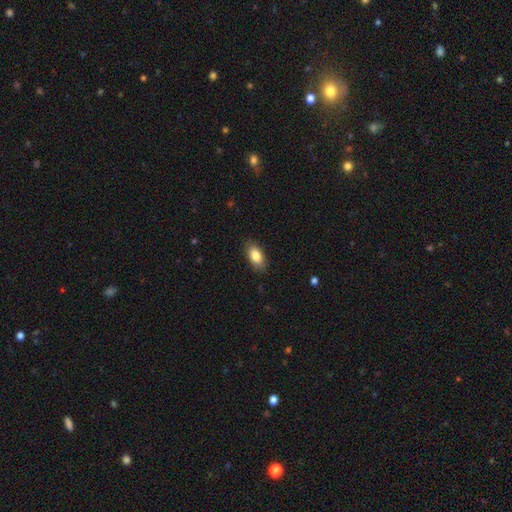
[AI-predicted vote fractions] Q: Smooth or featured?
A: smooth (85%); runner-up: featured or disk (8%)
Q: How rounded?
A: in between (91%); runner-up: cigar-shaped (5%)
Q: Merging?
A: none (86%); runner-up: minor disturbance (11%)